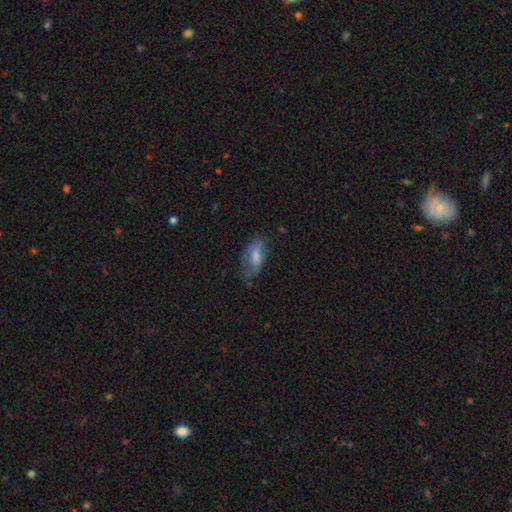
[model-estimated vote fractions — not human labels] smooth_or_featured: smooth (p=0.65) [alt: featured or disk p=0.27]
how_rounded: in between (p=0.86) [alt: cigar-shaped p=0.10]
merging: none (p=0.53) [alt: minor disturbance p=0.30]